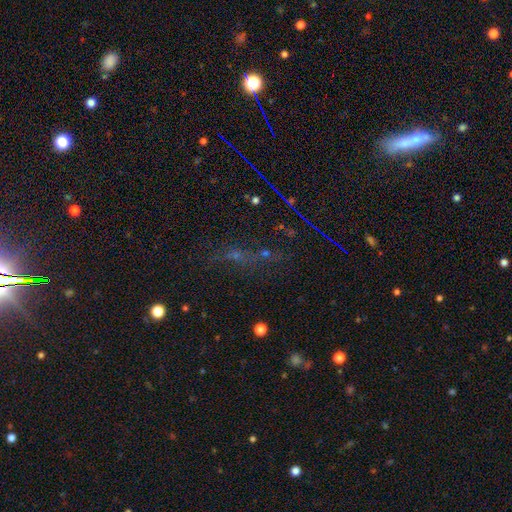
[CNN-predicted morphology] Smooth or featured? star or artifact (56%)